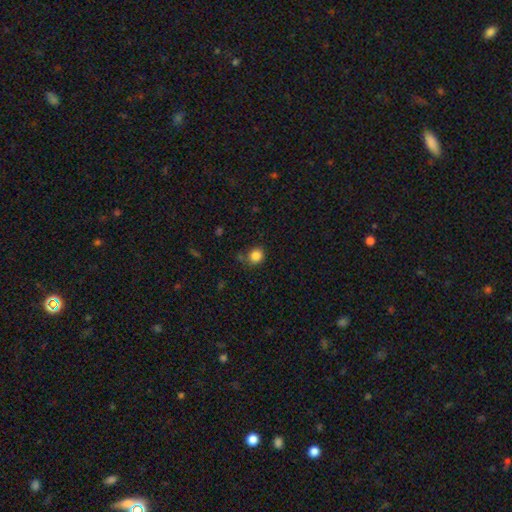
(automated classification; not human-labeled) Smooth or featured? smooth (85%)
How rounded? round (83%)
Merging? none (78%)